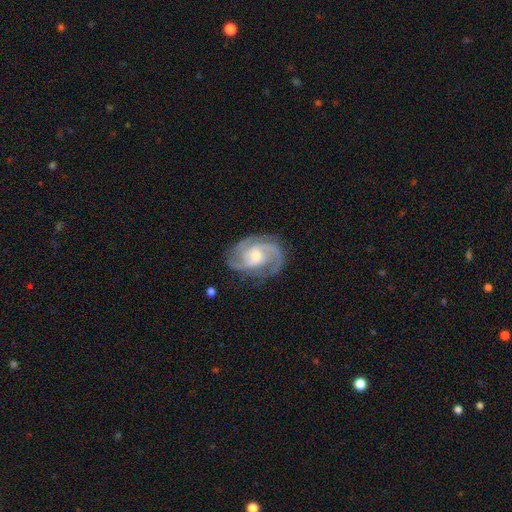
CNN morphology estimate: Smooth or featured?
  - featured or disk: 90% *
  - smooth: 6%
  - star or artifact: 4%
Edge-on disk?
  - no: 98% *
  - yes: 2%
Bar?
  - no: 59% *
  - weak: 34%
  - strong: 8%
Spiral arms?
  - yes: 98% *
  - no: 2%
Spiral winding?
  - medium: 47% *
  - tight: 43%
  - loose: 10%
Spiral arm count?
  - 2: 43% *
  - 3: 35%
  - can't tell: 10%
  - 4: 5%
  - 1: 4%
  - more than 4: 4%
Bulge size?
  - moderate: 53% *
  - small: 43%
  - large: 2%
  - none: 1%
  - dominant: 1%
Merging?
  - none: 74% *
  - minor disturbance: 17%
  - major disturbance: 7%
  - merger: 1%